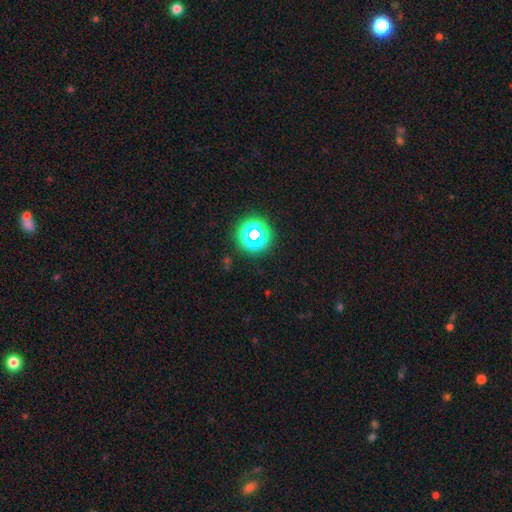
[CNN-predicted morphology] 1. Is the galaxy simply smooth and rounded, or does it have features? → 51% star or artifact, 44% smooth, 5% featured or disk.